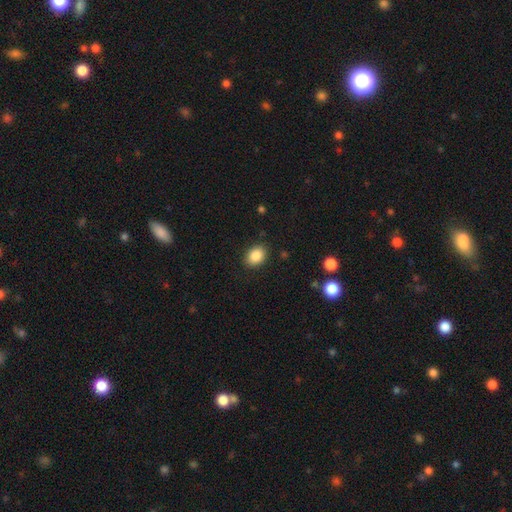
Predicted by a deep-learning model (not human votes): Q: Smooth or featured?
A: smooth (87%); runner-up: star or artifact (9%)
Q: How rounded?
A: in between (66%); runner-up: round (34%)
Q: Merging?
A: none (87%); runner-up: minor disturbance (9%)